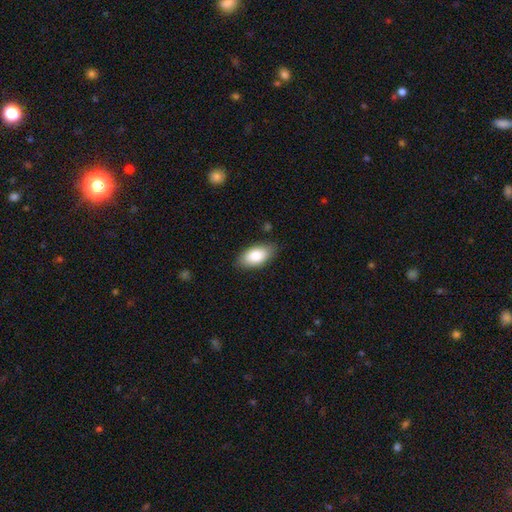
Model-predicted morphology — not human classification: Smooth or featured?
  - smooth: 83% *
  - featured or disk: 10%
  - star or artifact: 6%
How rounded?
  - in between: 93% *
  - cigar-shaped: 4%
  - round: 3%
Merging?
  - none: 84% *
  - minor disturbance: 12%
  - major disturbance: 3%
  - merger: 1%